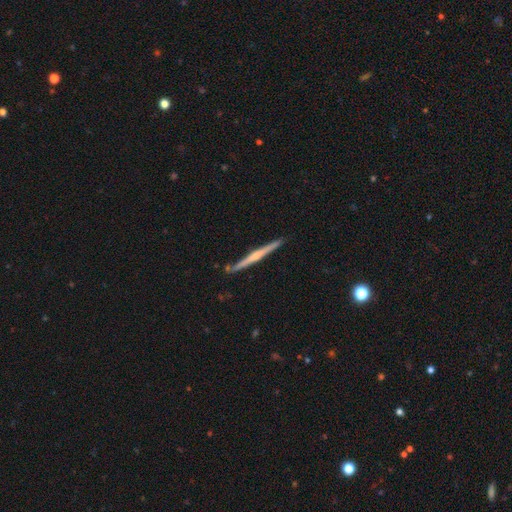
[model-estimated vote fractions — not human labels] This appears to be a featured or disk galaxy (69%) viewed edge-on (98%) with a rounded central bulge (57%). Merging: none (89%).